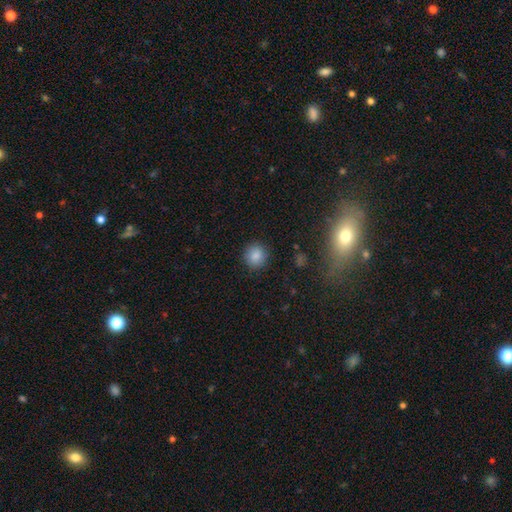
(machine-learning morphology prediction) This appears to be a smooth galaxy with no disk features (86%) that is round (90%). Merging: none (90%).